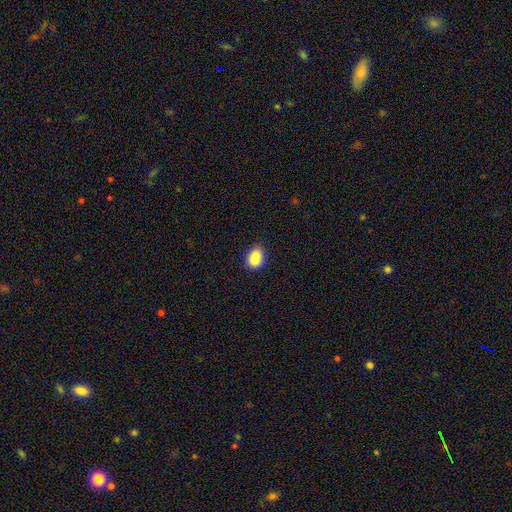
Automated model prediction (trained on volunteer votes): Smooth or featured? smooth (74%)
How rounded? in between (52%)
Merging? merger (45%)